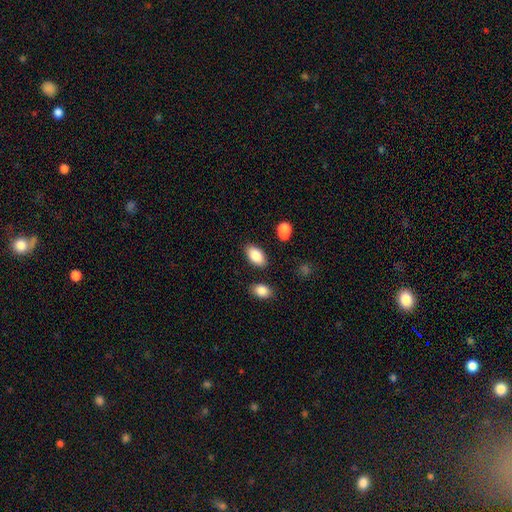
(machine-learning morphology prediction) type=smooth (86%); roundness=in between (93%); merging=none (83%).